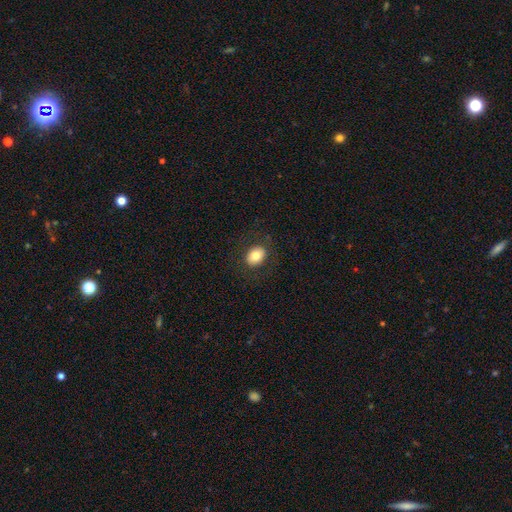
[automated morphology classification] Smooth or featured? Predicted: smooth (p=0.80). How rounded? Predicted: in between (p=0.59). Merging? Predicted: none (p=0.87).